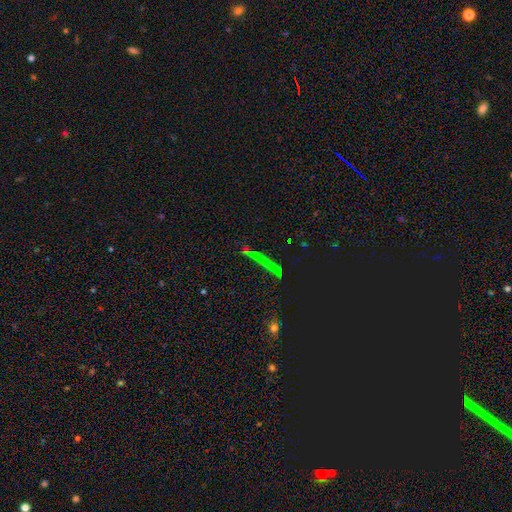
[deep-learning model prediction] The model was most divided on "smooth or featured": star or artifact: 59%, featured or disk: 21%, smooth: 20%.